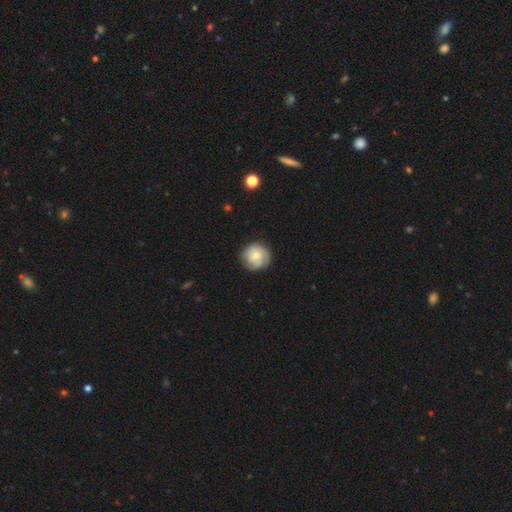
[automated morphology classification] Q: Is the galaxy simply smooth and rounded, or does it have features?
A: smooth — 52%.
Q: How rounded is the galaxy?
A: round — 93%.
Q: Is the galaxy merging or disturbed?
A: none — 80%.